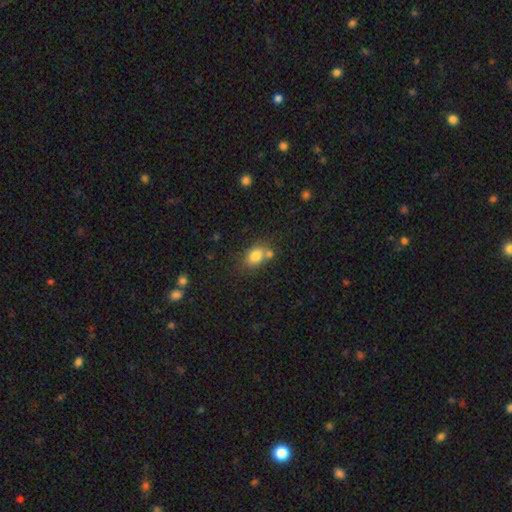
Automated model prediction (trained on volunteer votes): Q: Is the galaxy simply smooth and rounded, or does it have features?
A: smooth — 80%.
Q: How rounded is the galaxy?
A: in between — 64%.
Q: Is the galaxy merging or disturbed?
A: none — 56%.